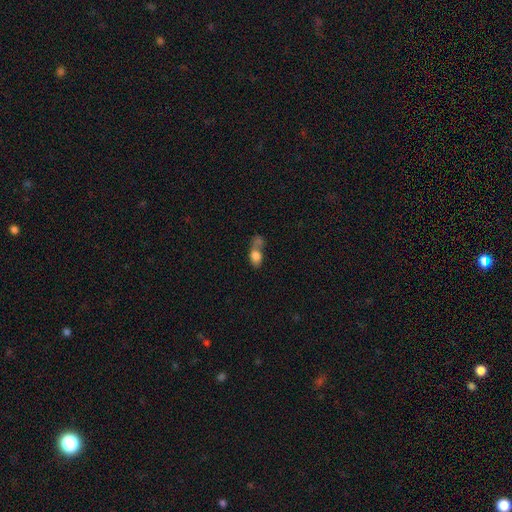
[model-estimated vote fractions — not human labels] A smooth galaxy with no disk features (75%) that is in between round and cigar-shaped (75%).

Vote fractions:
- Smooth or featured? smooth: 75% / featured or disk: 15% / star or artifact: 10%
- How rounded? in between: 75% / round: 21% / cigar-shaped: 4%
- Merging? merger: 50% / none: 22% / major disturbance: 15% / minor disturbance: 12%